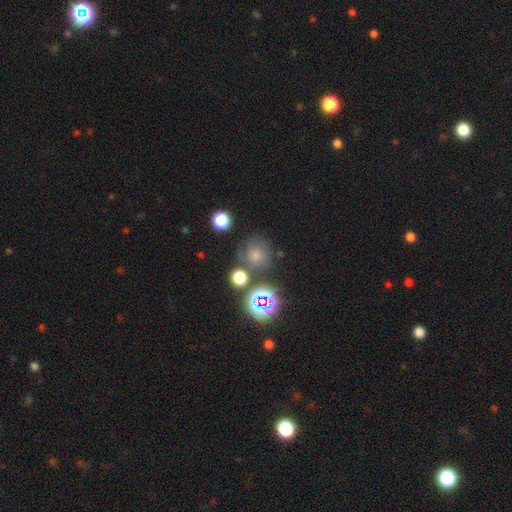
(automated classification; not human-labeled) Smooth or featured: smooth — 63% (star or artifact — 25%)
How rounded: round — 88% (in between — 11%)
Merging: none — 64% (minor disturbance — 15%)